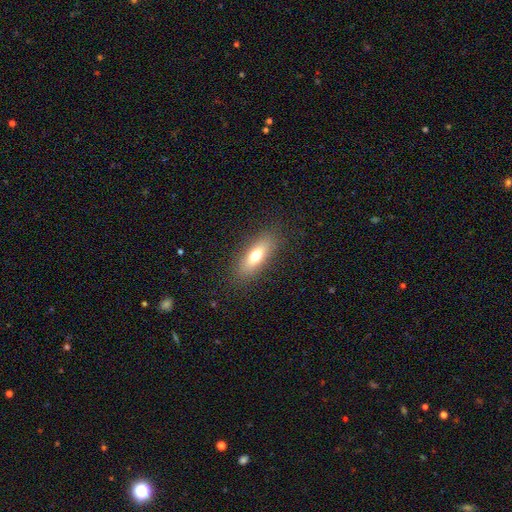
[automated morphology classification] Smooth or featured? smooth (69%)
How rounded? in between (60%)
Merging? none (86%)